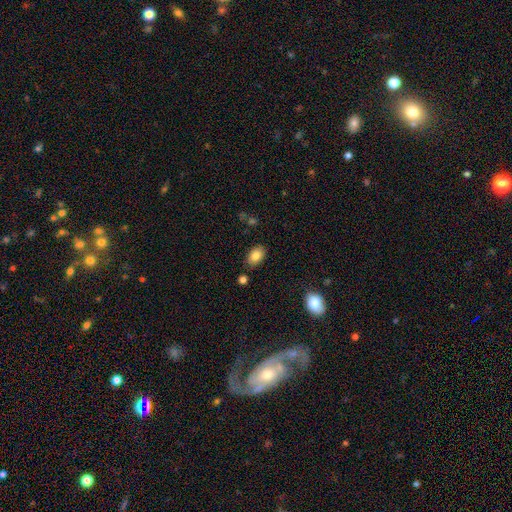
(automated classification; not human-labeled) A smooth galaxy with no disk features (84%) that is in between round and cigar-shaped (88%). Merging: none (82%).